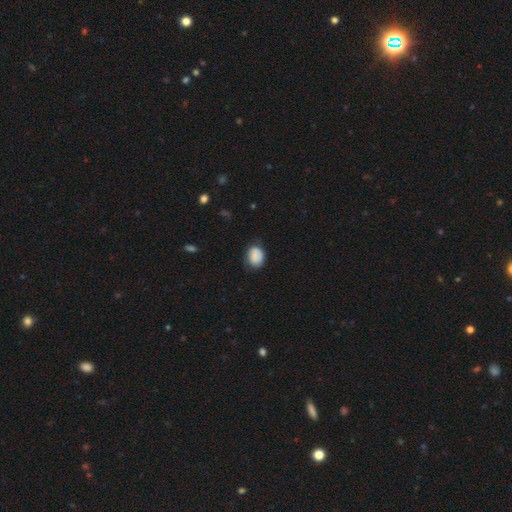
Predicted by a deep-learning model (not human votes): This is clearly a smooth galaxy (86%). How rounded: possibly in between (55%). Merging: likely none (72%).